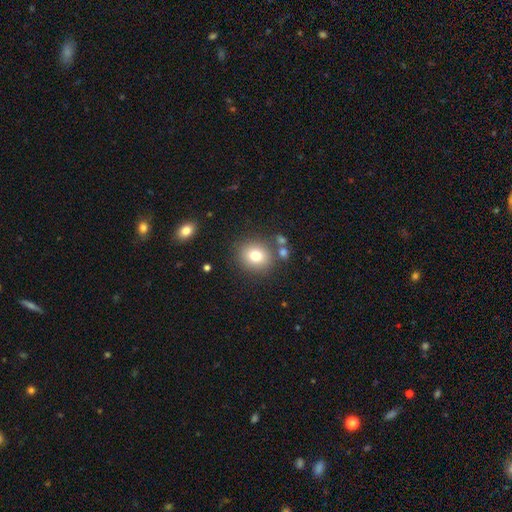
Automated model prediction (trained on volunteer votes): This appears to be a smooth galaxy with no disk features (77%) that is round (80%). Merging: none (79%).